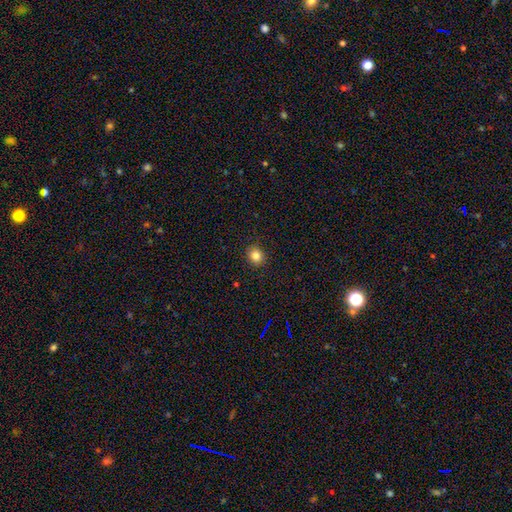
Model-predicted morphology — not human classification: type=smooth (84%); roundness=round (77%); merging=none (90%).